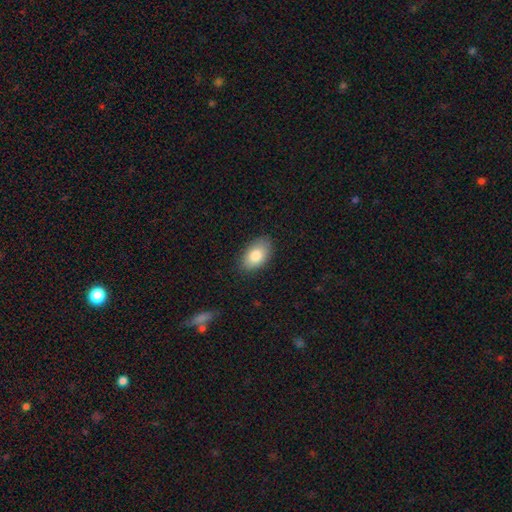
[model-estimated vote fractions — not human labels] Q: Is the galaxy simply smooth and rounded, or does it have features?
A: smooth — 83%.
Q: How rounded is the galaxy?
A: in between — 92%.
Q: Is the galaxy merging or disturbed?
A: none — 84%.